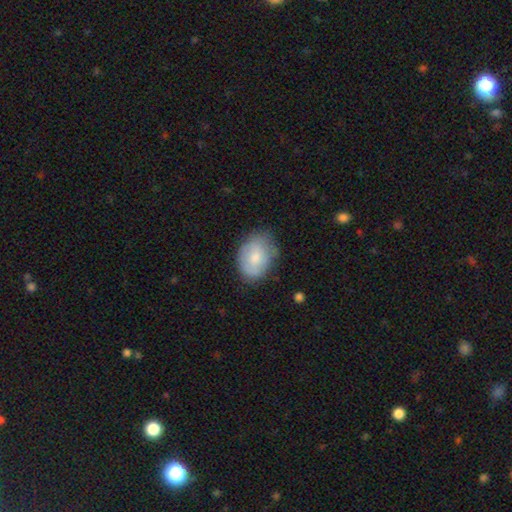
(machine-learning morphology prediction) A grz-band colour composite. It shows a smooth galaxy with no disk features (68%) that is in between round and cigar-shaped (71%). Merging: none (62%).